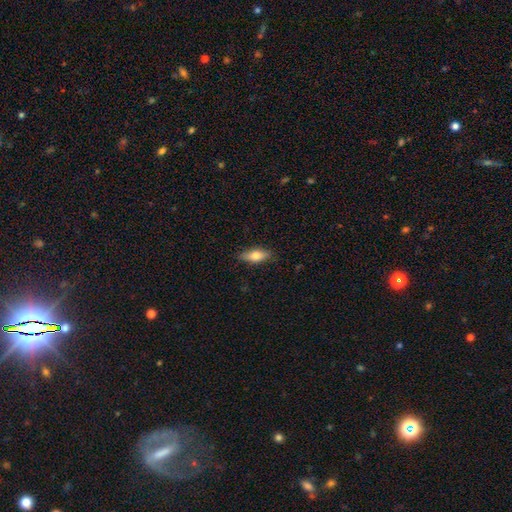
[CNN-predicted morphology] Smooth or featured?
  - smooth: 70% *
  - featured or disk: 24%
  - star or artifact: 6%
How rounded?
  - in between: 68% *
  - cigar-shaped: 29%
  - round: 3%
Merging?
  - none: 85% *
  - minor disturbance: 11%
  - major disturbance: 2%
  - merger: 1%